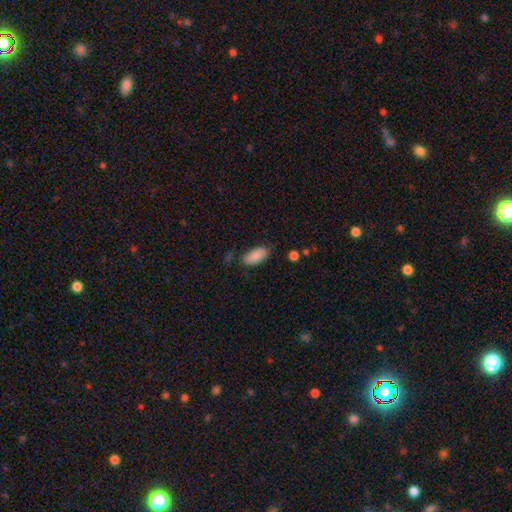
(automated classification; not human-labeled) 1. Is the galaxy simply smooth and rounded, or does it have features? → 87% smooth, 7% featured or disk, 6% star or artifact.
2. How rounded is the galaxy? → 91% in between, 7% cigar-shaped, 2% round.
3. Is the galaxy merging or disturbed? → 79% none, 15% minor disturbance, 3% major disturbance, 2% merger.